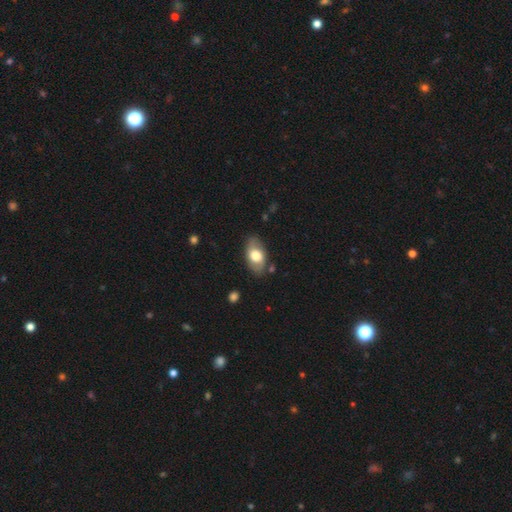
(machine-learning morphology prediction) type=smooth (64%); roundness=in between (91%); merging=none (79%).